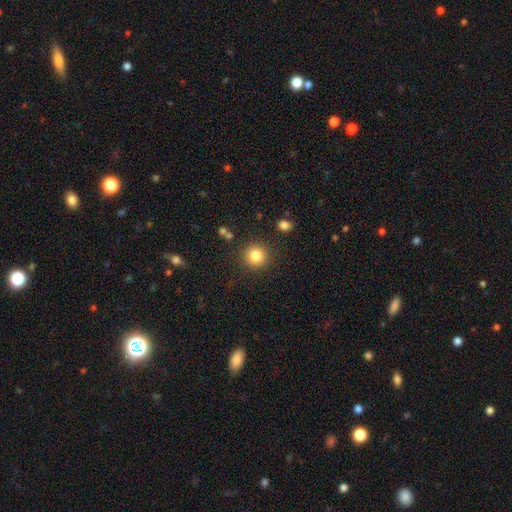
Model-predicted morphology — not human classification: A smooth galaxy with no disk features (83%) that is round (93%).

Vote fractions:
- Smooth or featured? smooth: 83% / star or artifact: 11% / featured or disk: 6%
- How rounded? round: 93% / in between: 6% / cigar-shaped: 1%
- Merging? none: 88% / minor disturbance: 7% / major disturbance: 3% / merger: 2%